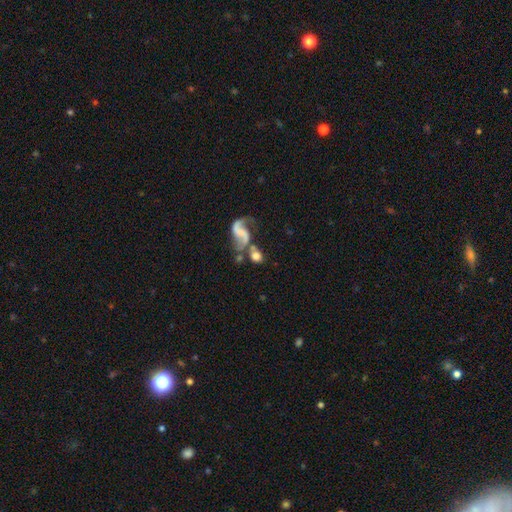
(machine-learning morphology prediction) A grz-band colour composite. It shows a smooth galaxy with no disk features (48%). Merging: none (43%).